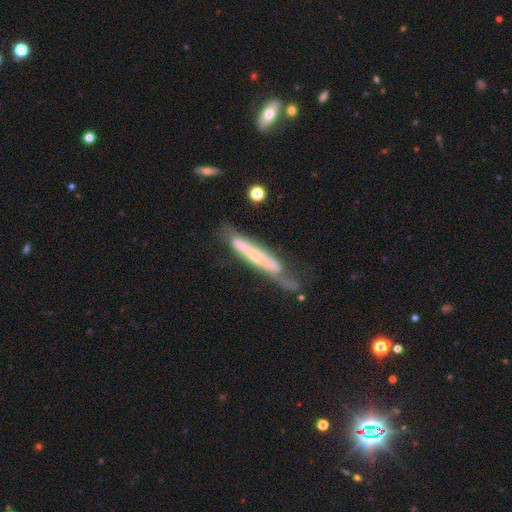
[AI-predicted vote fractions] This is likely a featured or disk galaxy (71%). It is likely viewed edge-on (65%). Merging: possibly none (48%).